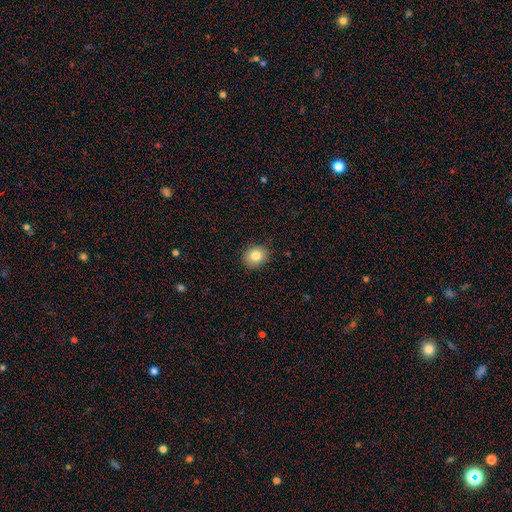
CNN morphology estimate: Q: Smooth or featured?
A: smooth (83%); runner-up: star or artifact (9%)
Q: How rounded?
A: round (62%); runner-up: in between (37%)
Q: Merging?
A: none (88%); runner-up: minor disturbance (9%)